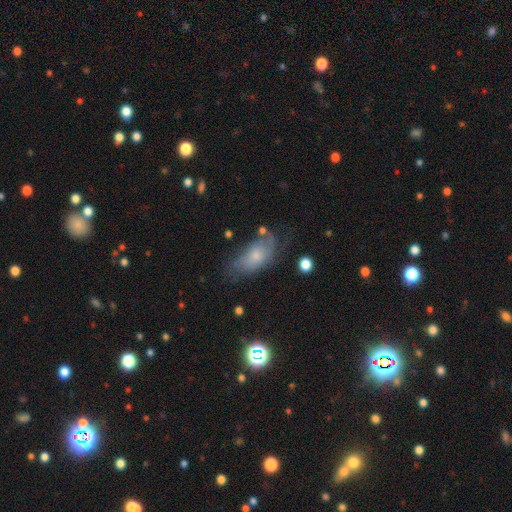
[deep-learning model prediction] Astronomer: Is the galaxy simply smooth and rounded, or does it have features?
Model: smooth — 51% (runner-up: featured or disk, 38%).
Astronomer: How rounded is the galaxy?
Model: in between — 88%.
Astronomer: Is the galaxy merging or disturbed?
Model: none — 48% (runner-up: minor disturbance, 29%).